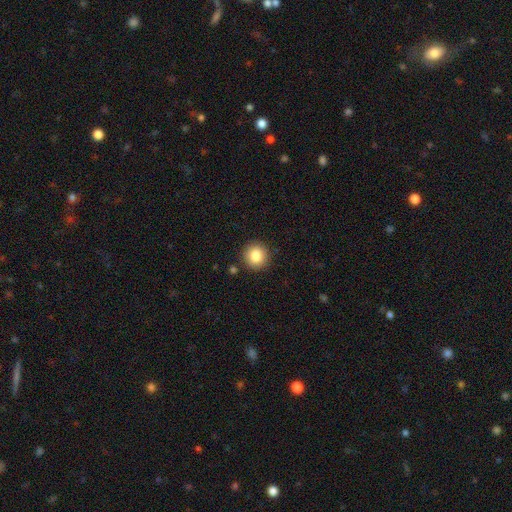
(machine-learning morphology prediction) smooth-or-featured: smooth: 85% | star or artifact: 9% | featured or disk: 6%
  how-rounded: round: 93% | in between: 6% | cigar-shaped: 1%
  merging: none: 89% | minor disturbance: 6% | major disturbance: 2% | merger: 2%